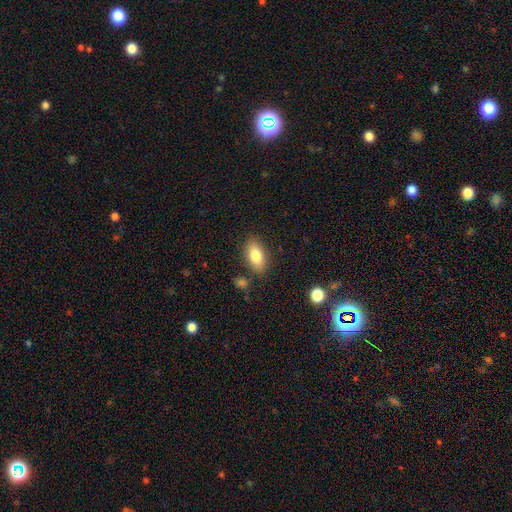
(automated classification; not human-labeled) The model was most divided on "merging": none: 81%, minor disturbance: 12%, merger: 4%, major disturbance: 3%. More confident: how rounded — in between (89%); smooth or featured — smooth (81%).